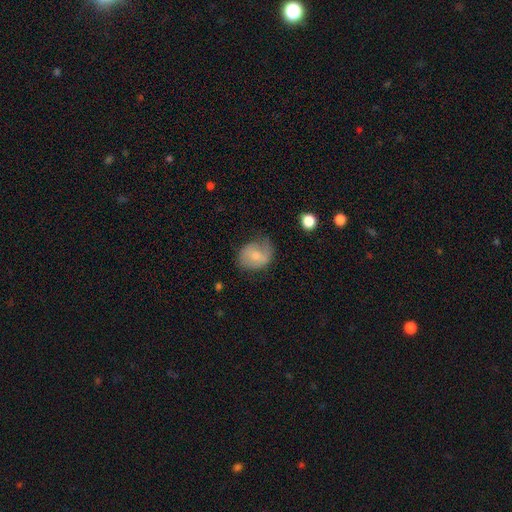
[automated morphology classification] Smooth or featured? Predicted: smooth (p=0.61). How rounded? Predicted: round (p=0.51). Merging? Predicted: none (p=0.51).